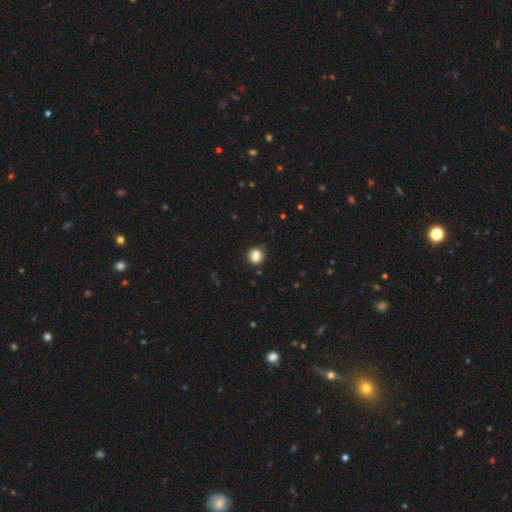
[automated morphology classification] Smooth or featured? Predicted: smooth (p=0.83). How rounded? Predicted: round (p=0.80). Merging? Predicted: none (p=0.85).